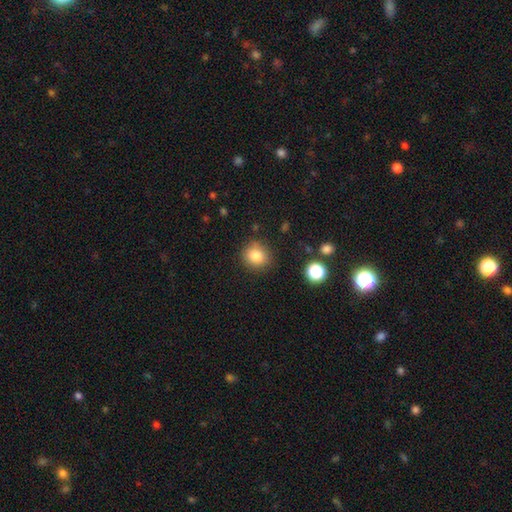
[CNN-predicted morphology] This appears to be a smooth galaxy with no disk features (83%) that is round (82%). Merging: none (86%).